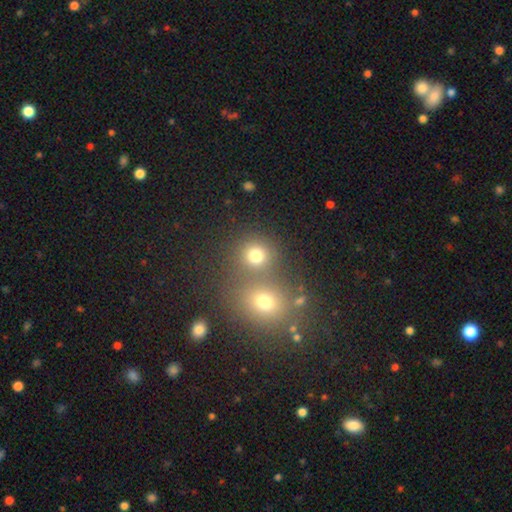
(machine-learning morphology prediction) type=smooth (76%); roundness=round (85%); merging=none (53%).